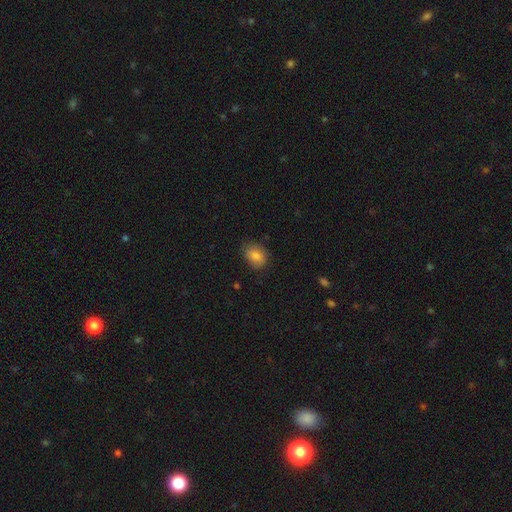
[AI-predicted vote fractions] Q: Smooth or featured?
A: smooth (84%); runner-up: star or artifact (8%)
Q: How rounded?
A: in between (70%); runner-up: round (29%)
Q: Merging?
A: none (75%); runner-up: minor disturbance (20%)